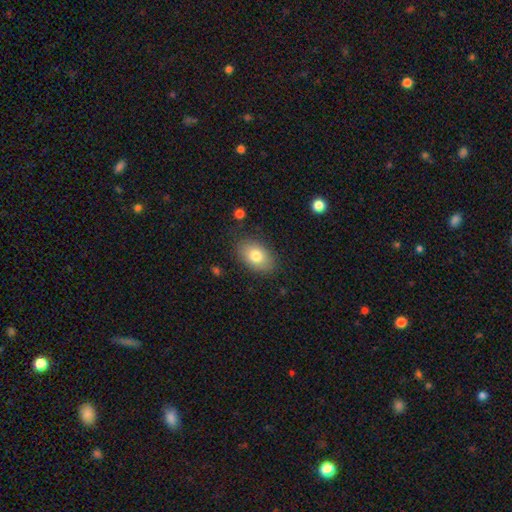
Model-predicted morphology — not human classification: Smooth or featured: smooth — 79% (featured or disk — 14%)
How rounded: in between — 87% (round — 12%)
Merging: none — 84% (minor disturbance — 12%)